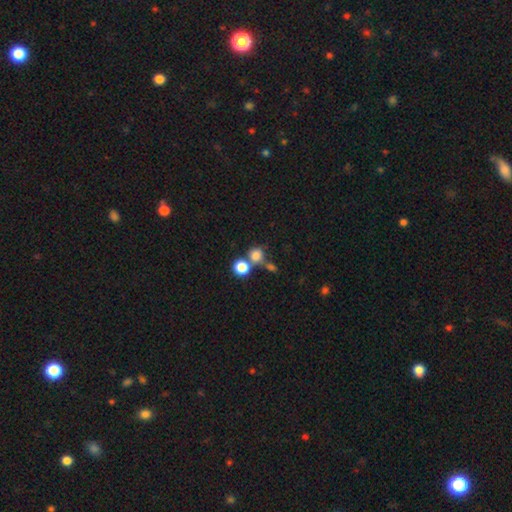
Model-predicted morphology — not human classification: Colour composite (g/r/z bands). It shows a smooth galaxy with no disk features (81%) that is round (86%). Merging: none (53%).